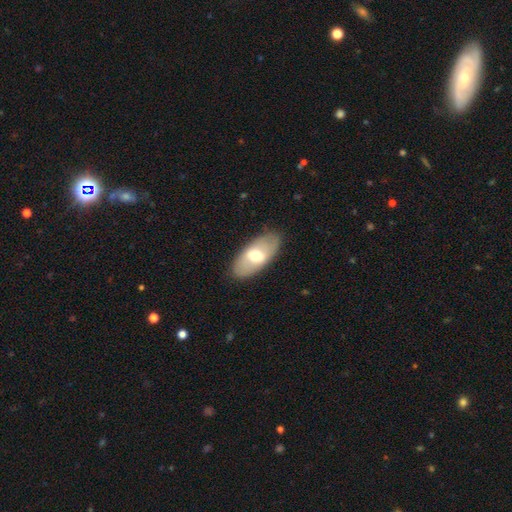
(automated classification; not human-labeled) Smooth or featured: smooth — 56% (featured or disk — 38%)
How rounded: in between — 90% (cigar-shaped — 7%)
Merging: none — 85% (minor disturbance — 11%)